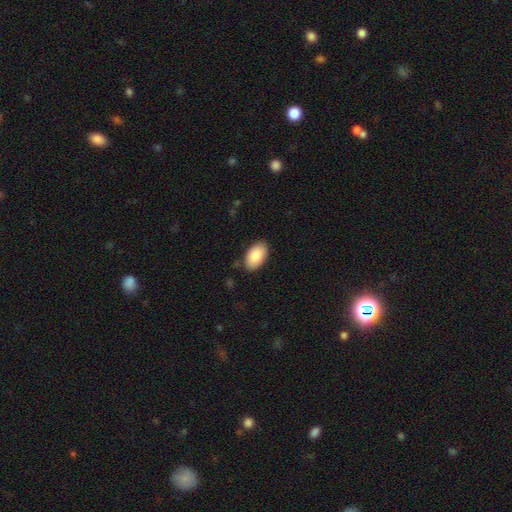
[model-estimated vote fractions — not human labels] smooth_or_featured: smooth (p=0.85) [alt: featured or disk p=0.09]
how_rounded: in between (p=0.94) [alt: round p=0.04]
merging: none (p=0.85) [alt: minor disturbance p=0.11]